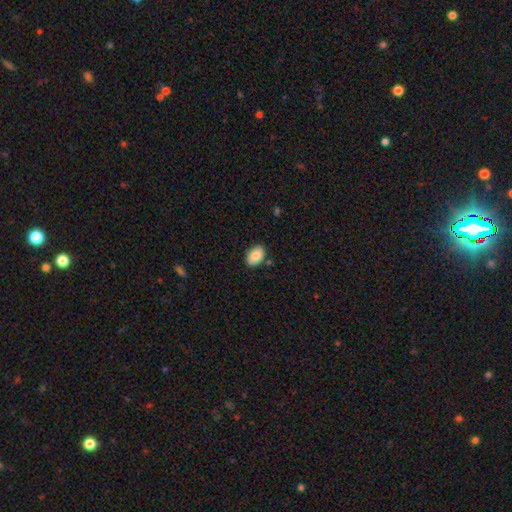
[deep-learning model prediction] This is clearly a smooth galaxy (82%). How rounded: clearly in between (87%). Merging: clearly none (81%).